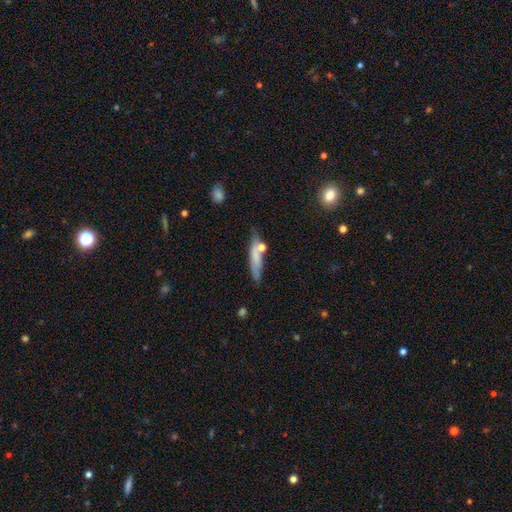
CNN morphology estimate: The model was most divided on "merging": none: 65%, minor disturbance: 21%, merger: 9%, major disturbance: 5%. More confident: how rounded — cigar-shaped (80%); smooth or featured — smooth (68%).